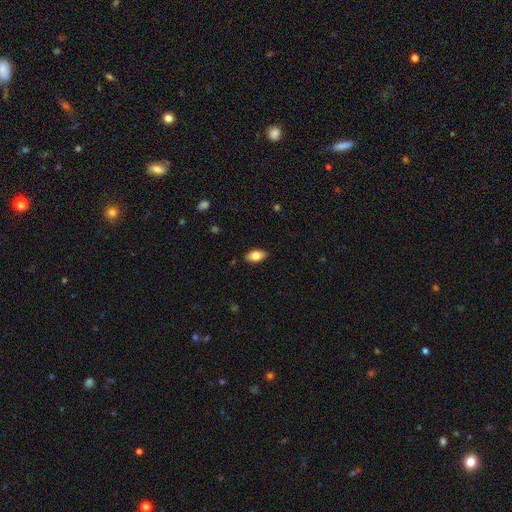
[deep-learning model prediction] This is clearly a smooth galaxy (81%). How rounded: clearly in between (93%). Merging: clearly none (87%).